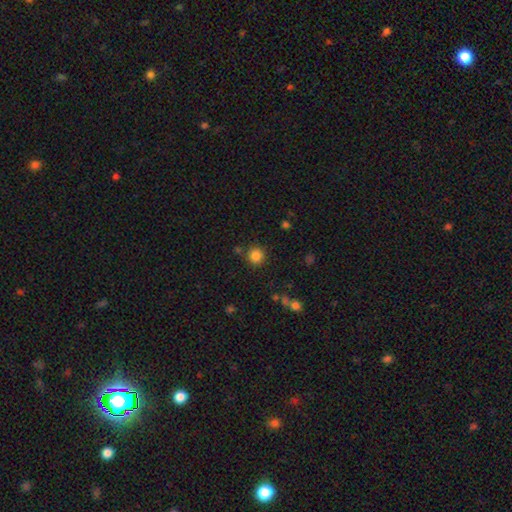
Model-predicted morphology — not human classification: type=smooth (84%); roundness=round (93%); merging=none (85%).